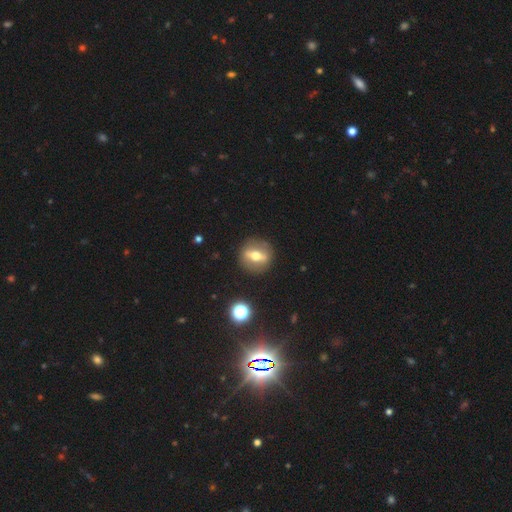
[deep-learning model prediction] Morphology: type=featured or disk (60%); edge-on=no (58%); merging=none (87%).